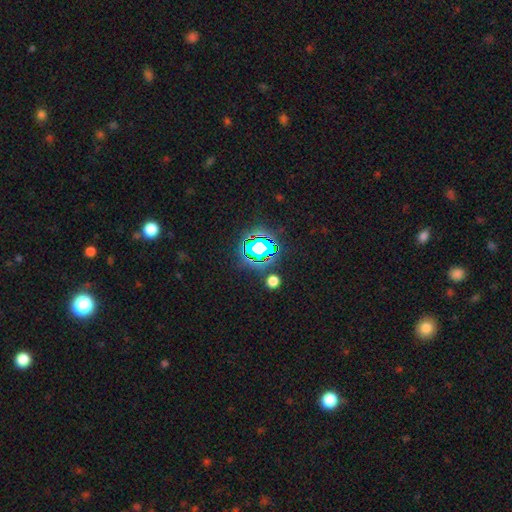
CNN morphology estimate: Q: Smooth or featured?
A: star or artifact (67%); runner-up: smooth (22%)